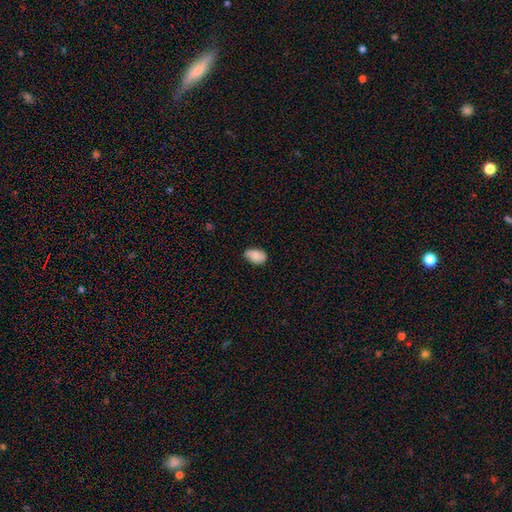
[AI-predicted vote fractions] The model was most divided on "merging": none: 70%, minor disturbance: 25%, major disturbance: 4%, merger: 1%. More confident: how rounded — in between (89%); smooth or featured — smooth (78%).